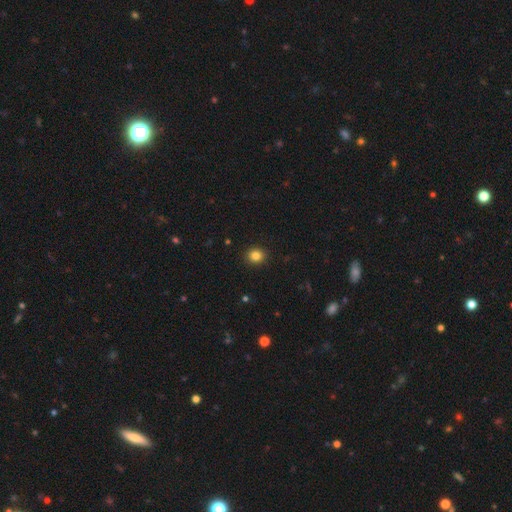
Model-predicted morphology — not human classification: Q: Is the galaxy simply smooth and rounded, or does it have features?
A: smooth — 84%.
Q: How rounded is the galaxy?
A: round — 81%.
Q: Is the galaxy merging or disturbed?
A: none — 92%.